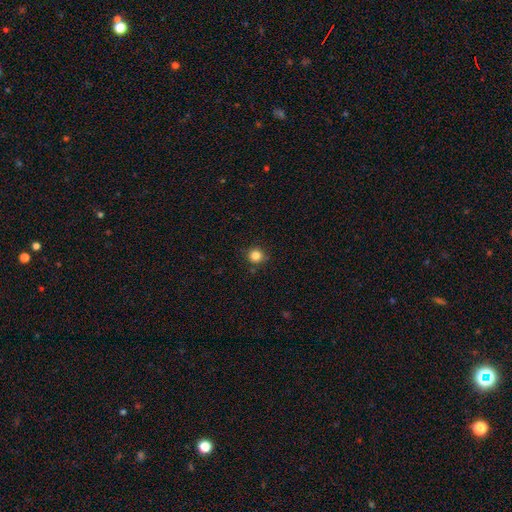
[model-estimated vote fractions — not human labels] This appears to be a smooth galaxy with no disk features (83%) that is round (92%). Merging: none (86%).